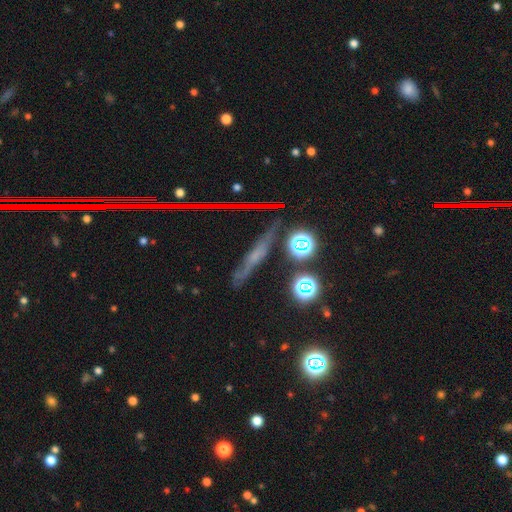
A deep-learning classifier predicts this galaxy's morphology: A featured or disk galaxy (43%).

Vote fractions:
- Smooth or featured? featured or disk: 43% / smooth: 30% / star or artifact: 27%
- Merging? none: 79% / minor disturbance: 13% / major disturbance: 4% / merger: 4%